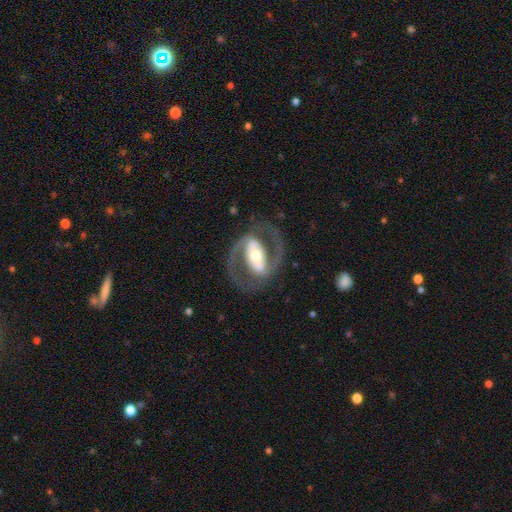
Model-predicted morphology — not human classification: Smooth or featured: featured or disk — 90% (smooth — 6%)
Edge-on disk: no — 97% (yes — 3%)
Bar: strong — 56% (weak — 25%)
Spiral arms: yes — 94% (no — 6%)
Spiral winding: medium — 59% (tight — 23%)
Spiral arm count: 2 — 93% (can't tell — 2%)
Bulge size: moderate — 58% (small — 28%)
Merging: none — 80% (minor disturbance — 11%)